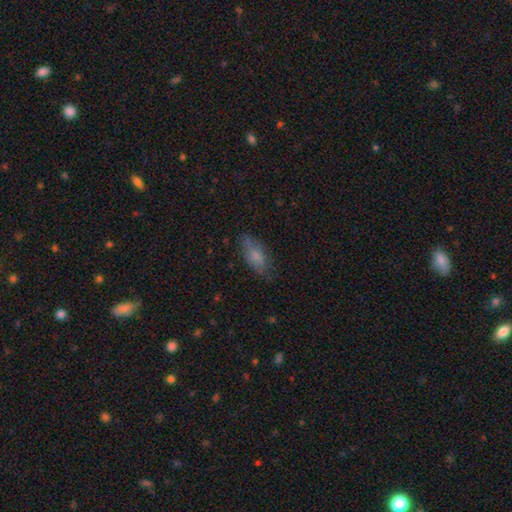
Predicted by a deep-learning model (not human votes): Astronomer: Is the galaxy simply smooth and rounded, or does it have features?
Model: smooth — 72%.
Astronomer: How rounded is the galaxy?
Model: in between — 83%.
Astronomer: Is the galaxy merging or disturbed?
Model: none — 70%.